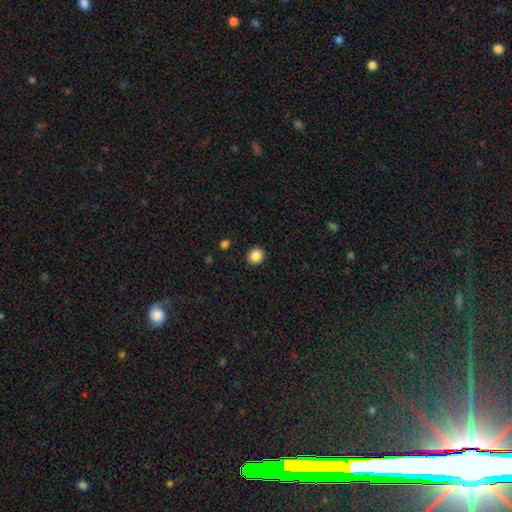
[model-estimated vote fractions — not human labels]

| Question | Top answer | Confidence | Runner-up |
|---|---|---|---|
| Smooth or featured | smooth | 86% | star or artifact (9%) |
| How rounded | round | 83% | in between (16%) |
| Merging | none | 92% | minor disturbance (5%) |